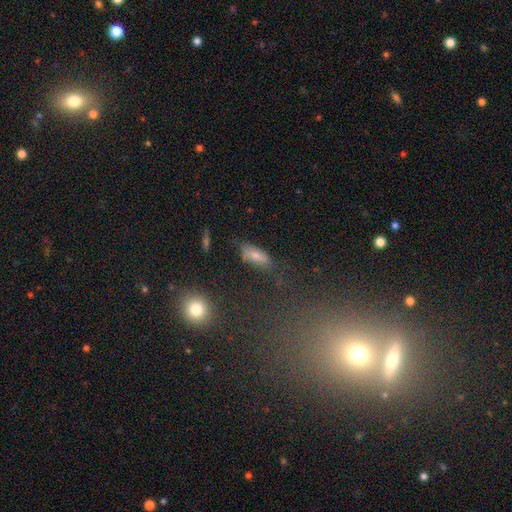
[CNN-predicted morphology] Smooth or featured?
  - smooth: 70% *
  - featured or disk: 18%
  - star or artifact: 12%
How rounded?
  - in between: 73% *
  - cigar-shaped: 24%
  - round: 3%
Merging?
  - none: 63% *
  - minor disturbance: 25%
  - major disturbance: 9%
  - merger: 4%